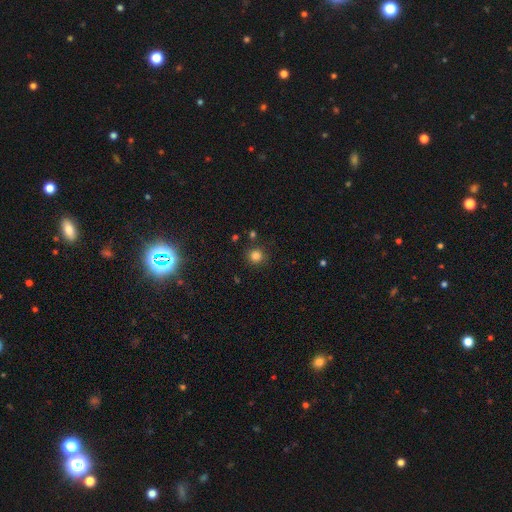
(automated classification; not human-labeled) This appears to be a smooth galaxy with no disk features (81%) that is round (93%). Merging: none (87%).